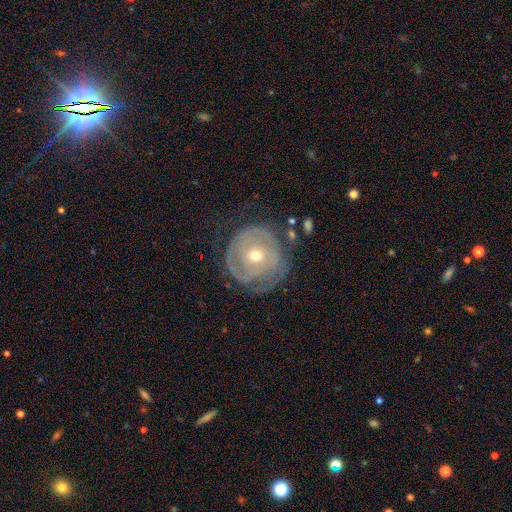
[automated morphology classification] Smooth or featured?
  - featured or disk: 72% *
  - smooth: 21%
  - star or artifact: 7%
Edge-on disk?
  - no: 97% *
  - yes: 3%
Bar?
  - no: 76% *
  - weak: 18%
  - strong: 6%
Spiral arms?
  - yes: 77% *
  - no: 23%
Spiral winding?
  - tight: 71% *
  - medium: 20%
  - loose: 9%
Spiral arm count?
  - can't tell: 41% *
  - 2: 27%
  - 1: 13%
  - 3: 12%
  - 4: 4%
  - more than 4: 4%
Bulge size?
  - moderate: 55% *
  - small: 42%
  - large: 2%
  - dominant: 1%
  - none: 1%
Merging?
  - none: 60% *
  - minor disturbance: 23%
  - major disturbance: 15%
  - merger: 2%